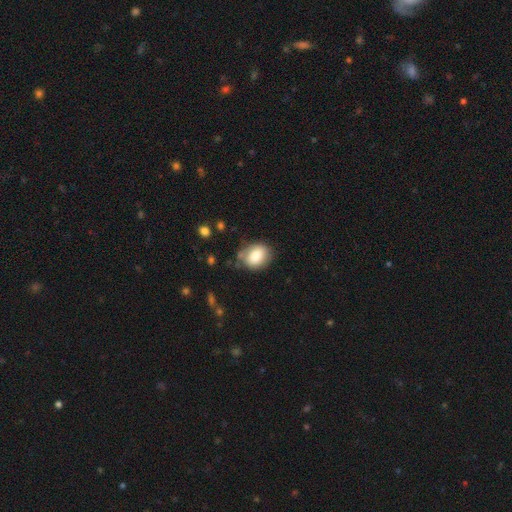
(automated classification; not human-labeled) Smooth or featured? Predicted: smooth (p=0.79). How rounded? Predicted: in between (p=0.57). Merging? Predicted: none (p=0.73).